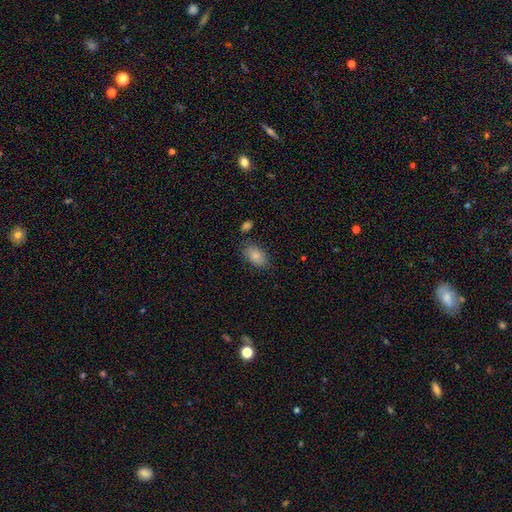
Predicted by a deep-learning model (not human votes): Smooth or featured? Predicted: smooth (p=0.83). How rounded? Predicted: in between (p=0.91). Merging? Predicted: none (p=0.74).